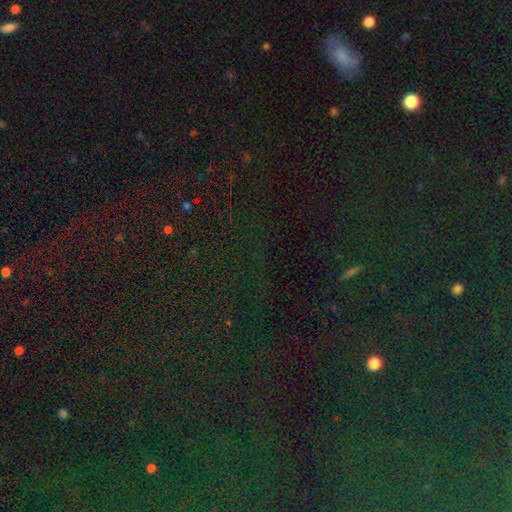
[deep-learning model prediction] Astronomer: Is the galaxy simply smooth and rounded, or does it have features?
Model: star or artifact — 81%.